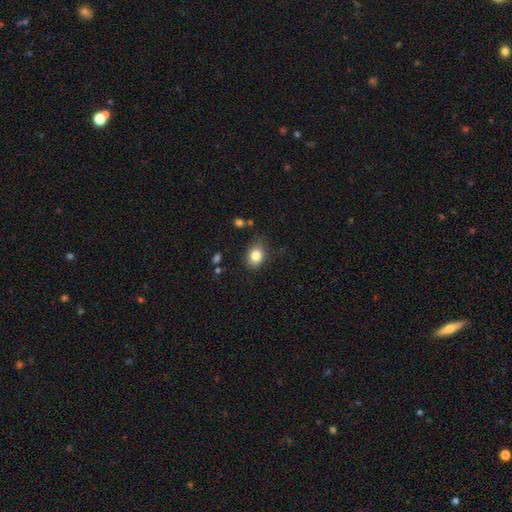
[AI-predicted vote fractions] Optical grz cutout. It shows a smooth galaxy with no disk features (82%) that is in between round and cigar-shaped (64%). Merging: none (78%).